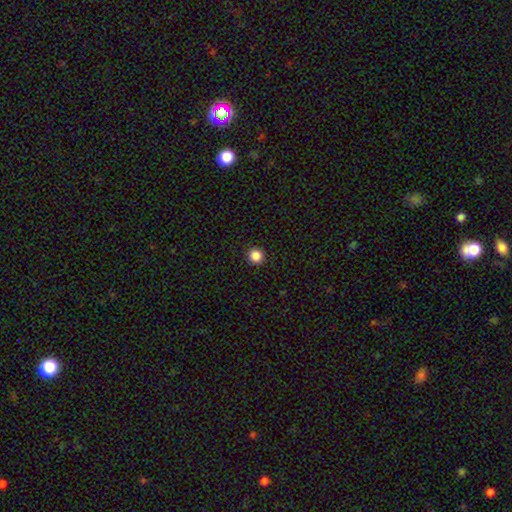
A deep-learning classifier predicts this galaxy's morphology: This appears to be a smooth galaxy with no disk features (86%) that is round (95%). Merging: none (93%).